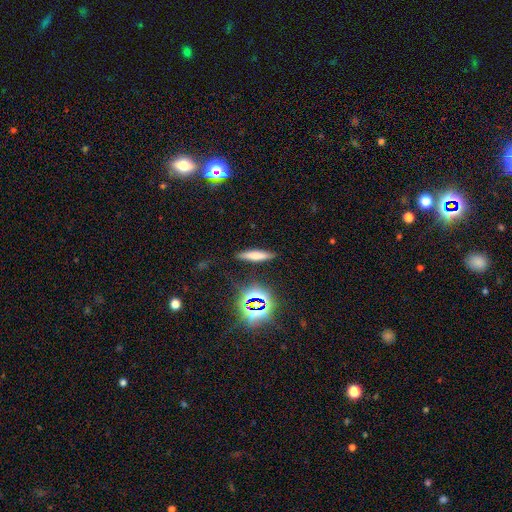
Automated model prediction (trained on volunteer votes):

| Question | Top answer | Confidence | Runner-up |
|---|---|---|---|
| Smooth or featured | smooth | 64% | star or artifact (19%) |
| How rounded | cigar-shaped | 80% | in between (16%) |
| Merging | none | 85% | minor disturbance (9%) |